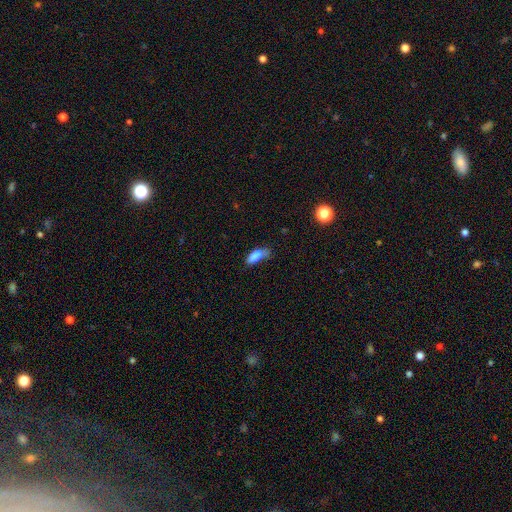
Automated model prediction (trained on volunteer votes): Q: Smooth or featured?
A: smooth (81%); runner-up: star or artifact (10%)
Q: How rounded?
A: in between (74%); runner-up: cigar-shaped (23%)
Q: Merging?
A: none (39%); runner-up: minor disturbance (32%)